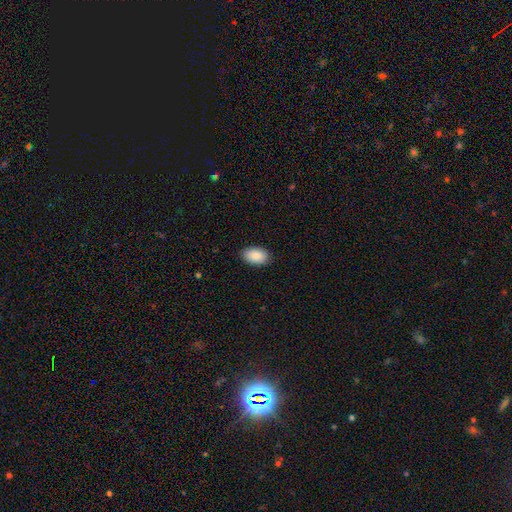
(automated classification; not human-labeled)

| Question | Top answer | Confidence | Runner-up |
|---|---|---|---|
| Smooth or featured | smooth | 90% | star or artifact (6%) |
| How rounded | in between | 93% | round (6%) |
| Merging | none | 89% | minor disturbance (9%) |